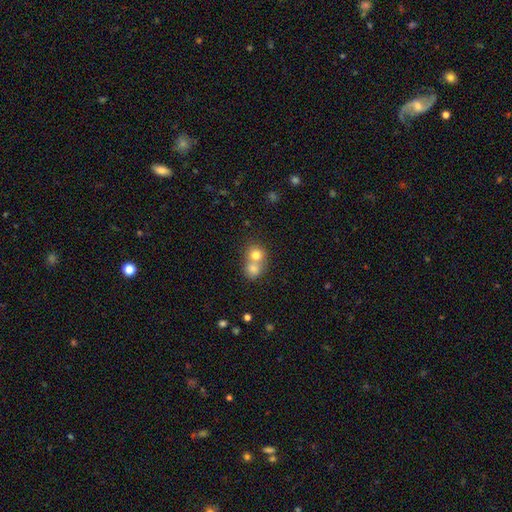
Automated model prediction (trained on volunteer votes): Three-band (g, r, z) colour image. It shows a smooth galaxy with no disk features (76%) that is round (75%). Merging: merger (63%).